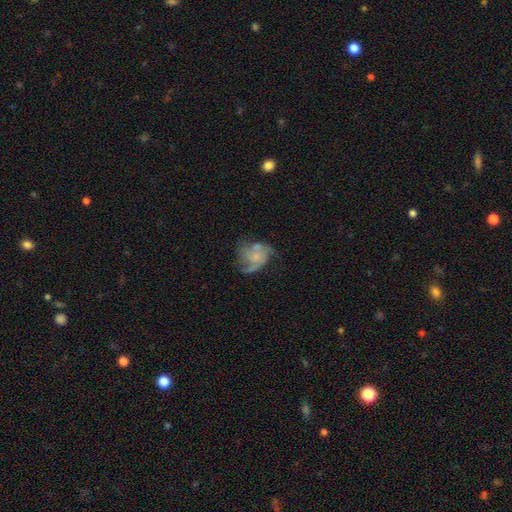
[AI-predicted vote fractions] Q: Smooth or featured?
A: featured or disk (69%); runner-up: smooth (23%)
Q: Edge-on disk?
A: no (98%); runner-up: yes (2%)
Q: Bar?
A: no (78%); runner-up: weak (19%)
Q: Spiral arms?
A: yes (77%); runner-up: no (23%)
Q: Spiral winding?
A: medium (44%); runner-up: loose (34%)
Q: Spiral arm count?
A: 3 (35%); runner-up: 2 (24%)
Q: Bulge size?
A: small (50%); runner-up: none (25%)
Q: Merging?
A: none (39%); runner-up: major disturbance (28%)